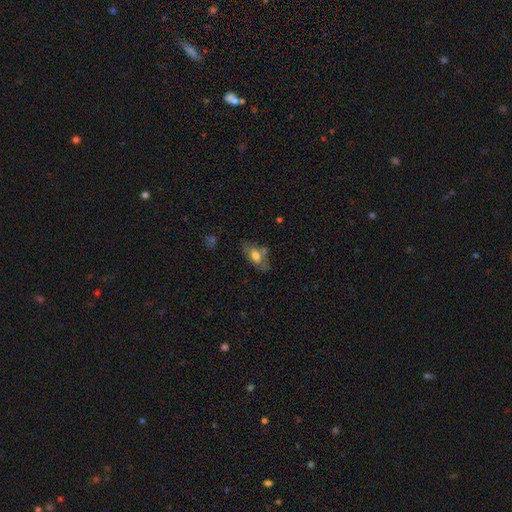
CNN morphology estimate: This is likely a smooth galaxy (65%). How rounded: clearly in between (87%). Merging: possibly none (58%).